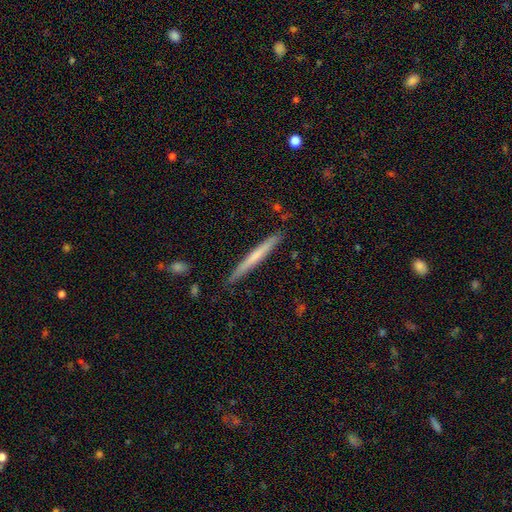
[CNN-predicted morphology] type=smooth (57%); roundness=cigar-shaped (97%); merging=none (88%).